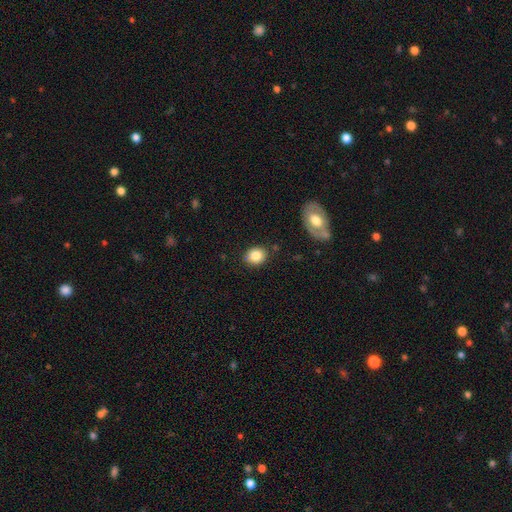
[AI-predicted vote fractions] Overall: smooth (83%). How rounded: round (56%; in between 43%). Merging: none (83%).